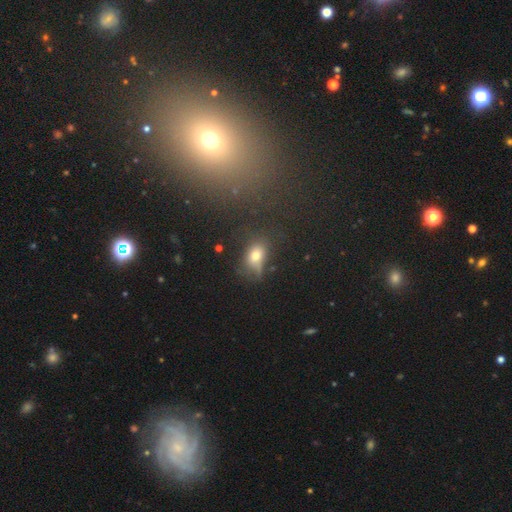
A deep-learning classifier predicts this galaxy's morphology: Overall: smooth (68%). How rounded: in between (74%). Merging: none (47%; minor disturbance 26%).